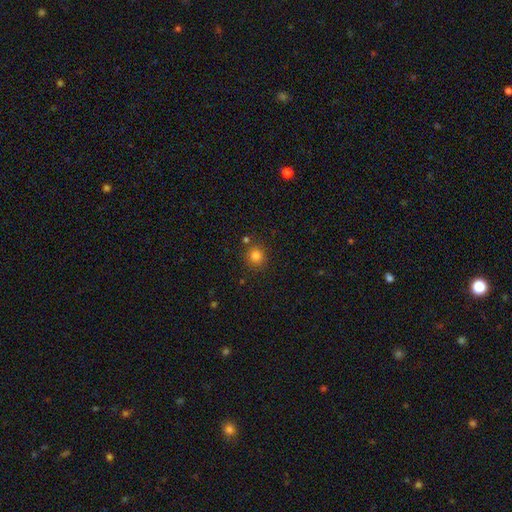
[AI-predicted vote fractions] Morphology: type=smooth (82%); roundness=round (91%); merging=none (83%).